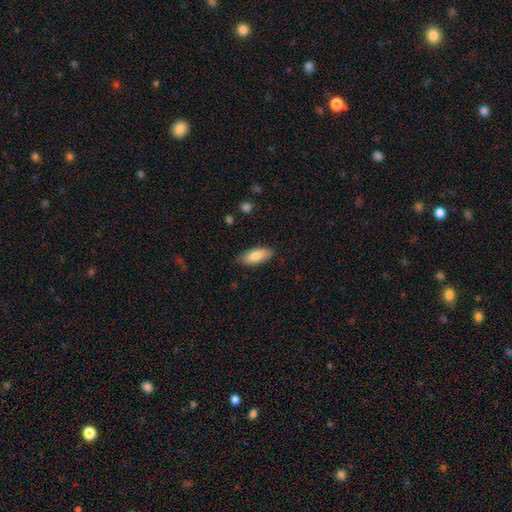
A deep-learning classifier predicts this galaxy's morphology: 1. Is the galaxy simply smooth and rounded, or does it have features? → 83% smooth, 11% featured or disk, 6% star or artifact.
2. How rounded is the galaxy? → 80% in between, 18% cigar-shaped, 2% round.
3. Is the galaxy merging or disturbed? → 84% none, 12% minor disturbance, 2% major disturbance, 1% merger.